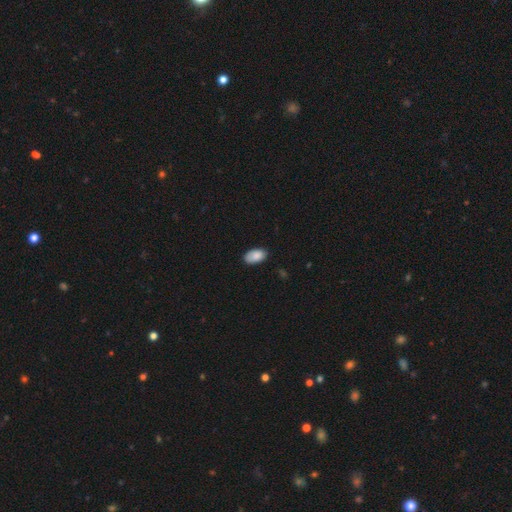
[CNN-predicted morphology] Smooth or featured? Predicted: smooth (p=0.88). How rounded? Predicted: in between (p=0.94). Merging? Predicted: none (p=0.82).